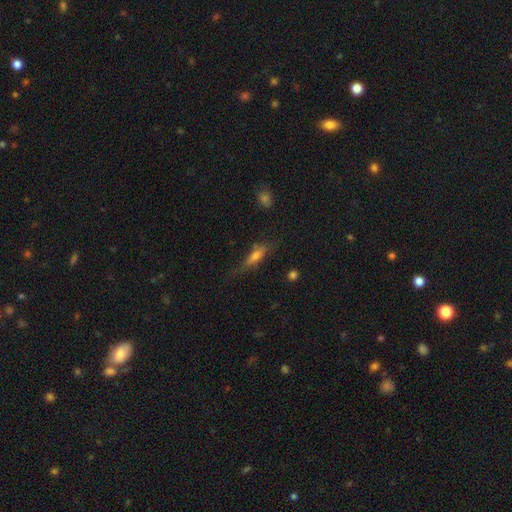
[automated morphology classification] A smooth galaxy with no disk features (57%) that is cigar-shaped (61%). Merging: none (62%).